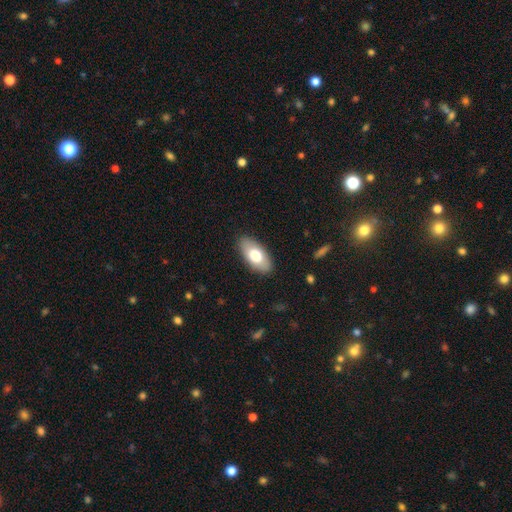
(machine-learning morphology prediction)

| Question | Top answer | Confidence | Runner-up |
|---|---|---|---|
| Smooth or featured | smooth | 73% | featured or disk (21%) |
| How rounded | in between | 92% | cigar-shaped (6%) |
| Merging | none | 87% | minor disturbance (10%) |